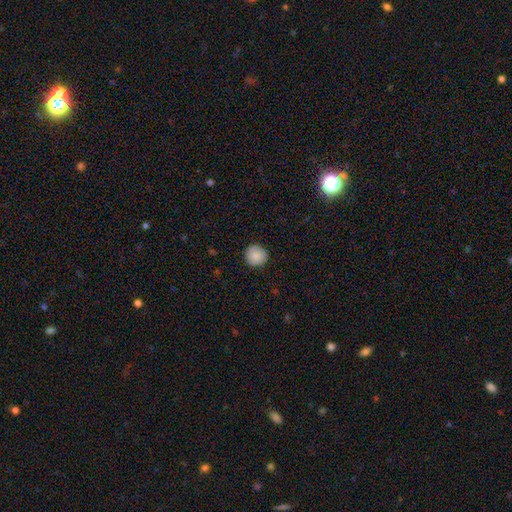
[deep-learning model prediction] smooth 87%, star or artifact 8%, featured or disk 5%. Down the decision tree: how rounded — round (94%); merging — none (90%).